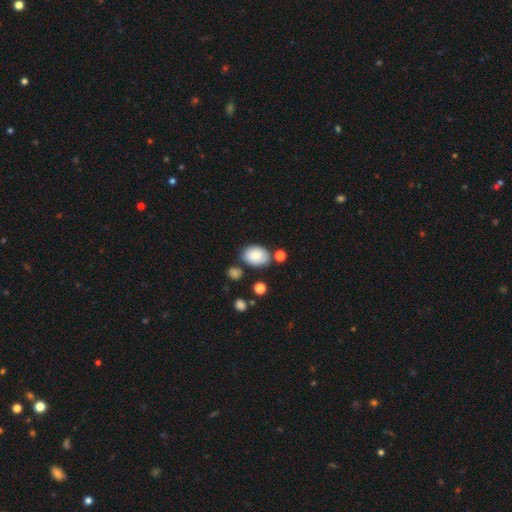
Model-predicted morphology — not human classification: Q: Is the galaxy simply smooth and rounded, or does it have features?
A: smooth — 83%.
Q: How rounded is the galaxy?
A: in between — 81%.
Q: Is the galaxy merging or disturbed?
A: none — 72%.